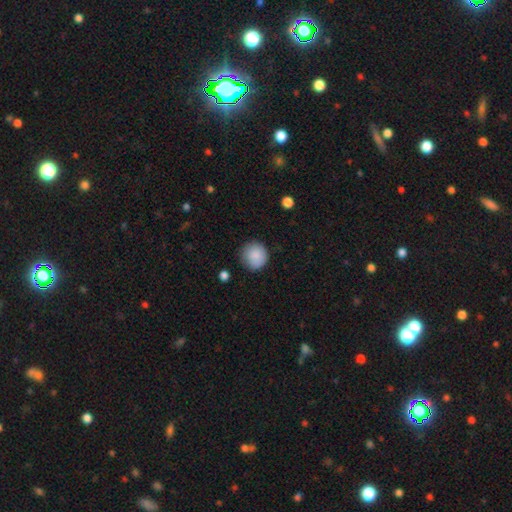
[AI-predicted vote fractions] Smooth or featured? smooth (87%)
How rounded? round (93%)
Merging? none (83%)